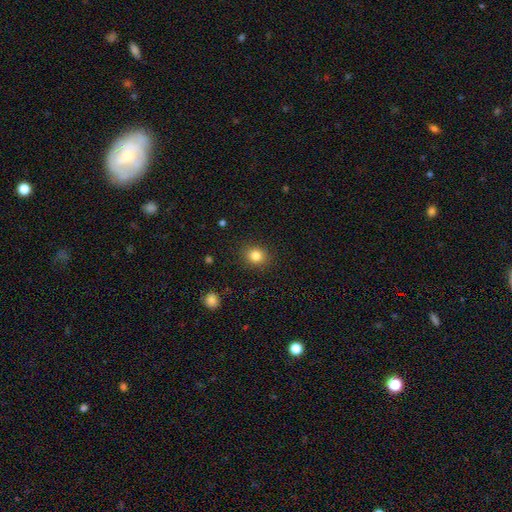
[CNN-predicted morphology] Smooth or featured?
  - smooth: 83% *
  - star or artifact: 11%
  - featured or disk: 5%
How rounded?
  - round: 74% *
  - in between: 26%
  - cigar-shaped: 1%
Merging?
  - none: 89% *
  - minor disturbance: 8%
  - major disturbance: 3%
  - merger: 1%